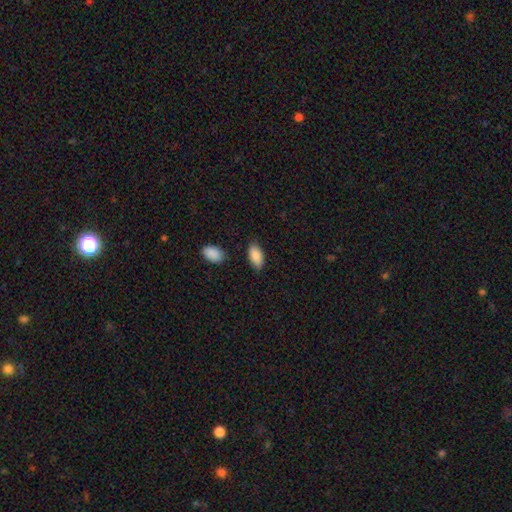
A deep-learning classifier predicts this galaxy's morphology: smooth 88%, star or artifact 6%, featured or disk 6%. Down the decision tree: how rounded — in between (93%); merging — none (82%).